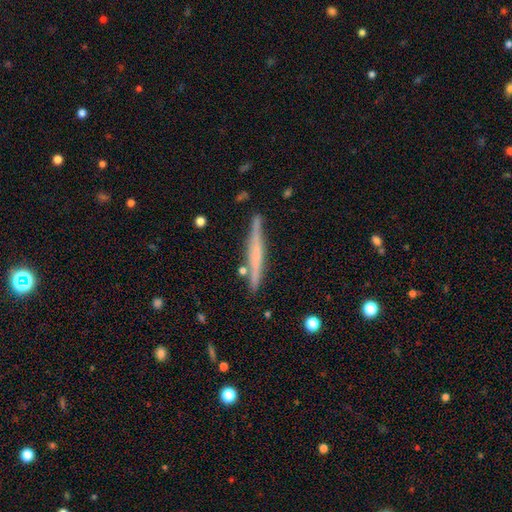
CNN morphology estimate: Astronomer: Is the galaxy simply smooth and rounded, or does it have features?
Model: featured or disk — 53% (runner-up: smooth, 41%).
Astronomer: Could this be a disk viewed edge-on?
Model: yes — 96%.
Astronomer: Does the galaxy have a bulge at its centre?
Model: none — 61%.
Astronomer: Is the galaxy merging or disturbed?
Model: none — 86%.